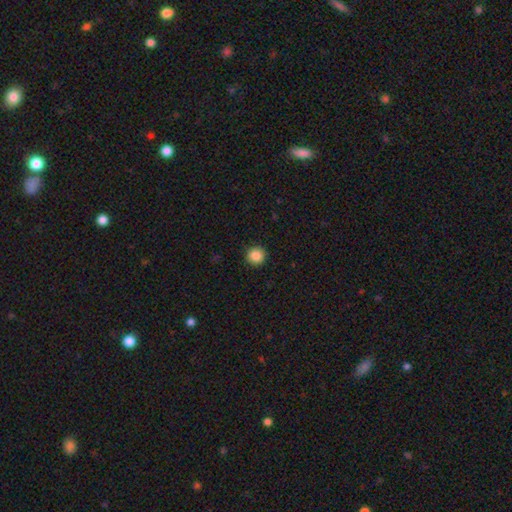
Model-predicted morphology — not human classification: smooth_or_featured: smooth (p=0.87) [alt: star or artifact p=0.09]
how_rounded: round (p=0.95) [alt: in between p=0.04]
merging: none (p=0.92) [alt: minor disturbance p=0.05]